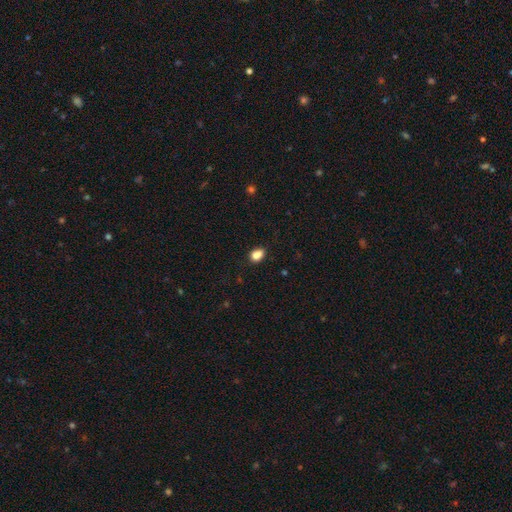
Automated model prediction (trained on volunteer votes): A smooth galaxy with no disk features (86%) that is in between round and cigar-shaped (74%).

Vote fractions:
- Smooth or featured? smooth: 86% / star or artifact: 10% / featured or disk: 4%
- How rounded? in between: 74% / round: 24% / cigar-shaped: 1%
- Merging? none: 75% / minor disturbance: 18% / merger: 4% / major disturbance: 4%